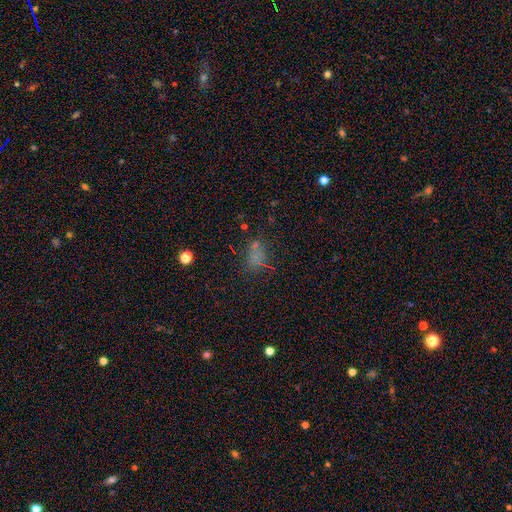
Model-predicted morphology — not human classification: This is possibly a smooth galaxy (58%). How rounded: likely in between (68%). Merging: possibly none (56%).